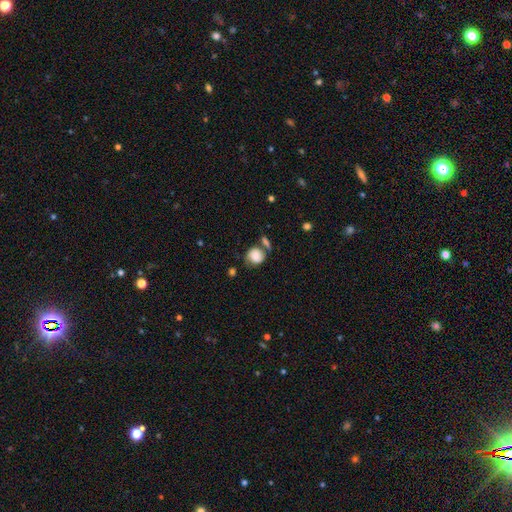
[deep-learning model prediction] Smooth or featured: smooth — 79% (featured or disk — 13%)
How rounded: round — 78% (in between — 21%)
Merging: none — 49% (merger — 21%)